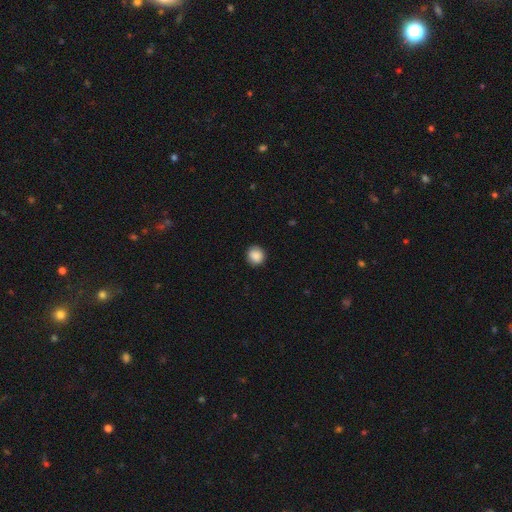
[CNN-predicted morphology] Smooth or featured?
  - smooth: 88% *
  - star or artifact: 8%
  - featured or disk: 4%
How rounded?
  - round: 87% *
  - in between: 12%
  - cigar-shaped: 1%
Merging?
  - none: 88% *
  - minor disturbance: 9%
  - major disturbance: 2%
  - merger: 1%